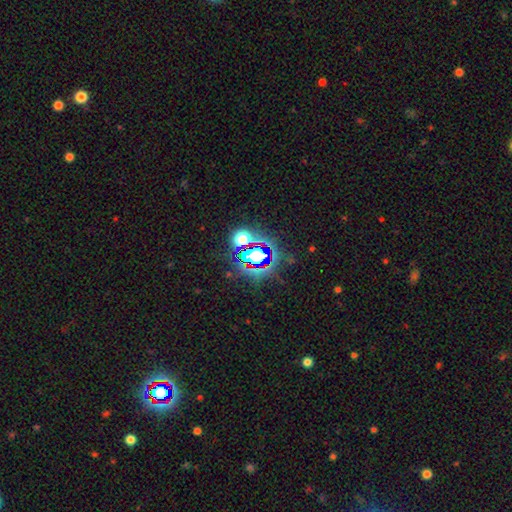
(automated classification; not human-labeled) This appears to be a star or artifact, not a galaxy (71%).